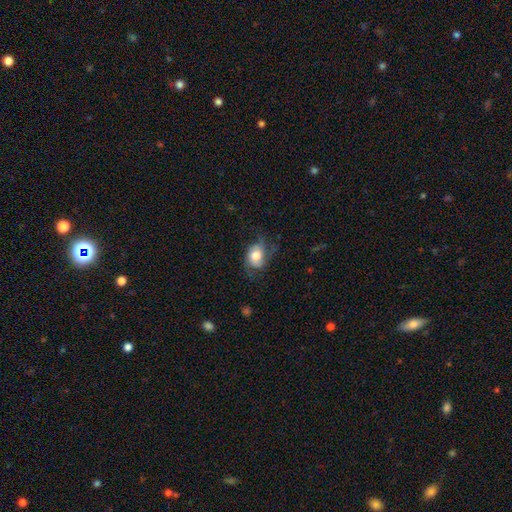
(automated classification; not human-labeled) Smooth or featured? smooth (49%)
Merging? none (51%)